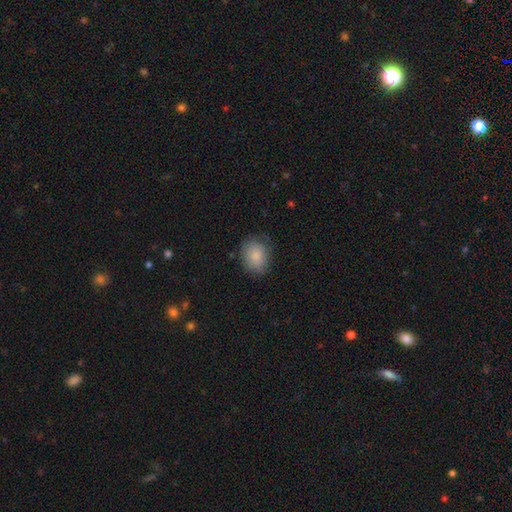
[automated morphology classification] This is clearly a smooth galaxy (85%). How rounded: possibly round (50%). Merging: likely none (76%).